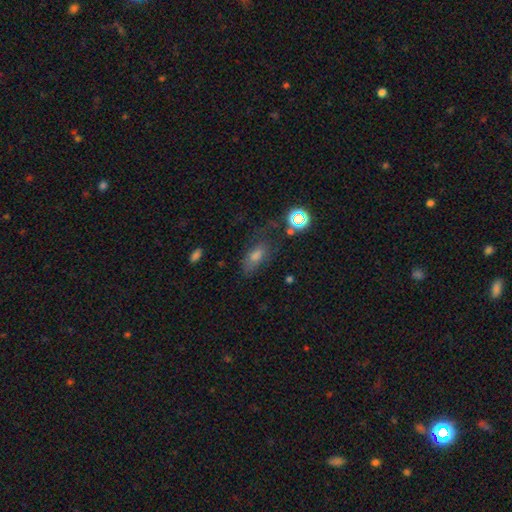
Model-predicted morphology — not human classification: smooth-or-featured: smooth: 56% | star or artifact: 23% | featured or disk: 21%
  how-rounded: in between: 77% | round: 12% | cigar-shaped: 11%
  merging: none: 56% | minor disturbance: 23% | major disturbance: 15% | merger: 5%